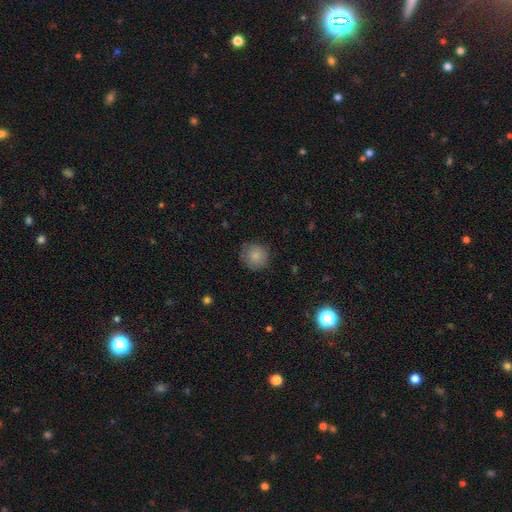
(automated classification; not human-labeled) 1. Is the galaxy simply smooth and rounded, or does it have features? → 84% smooth, 9% star or artifact, 7% featured or disk.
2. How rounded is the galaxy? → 91% round, 8% in between, 1% cigar-shaped.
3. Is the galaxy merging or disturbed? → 81% none, 15% minor disturbance, 4% major disturbance, 1% merger.